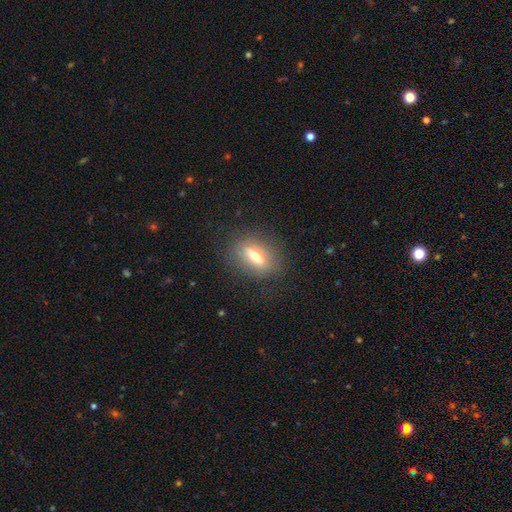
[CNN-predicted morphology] This is possibly a smooth galaxy (46%). Merging: clearly none (82%).